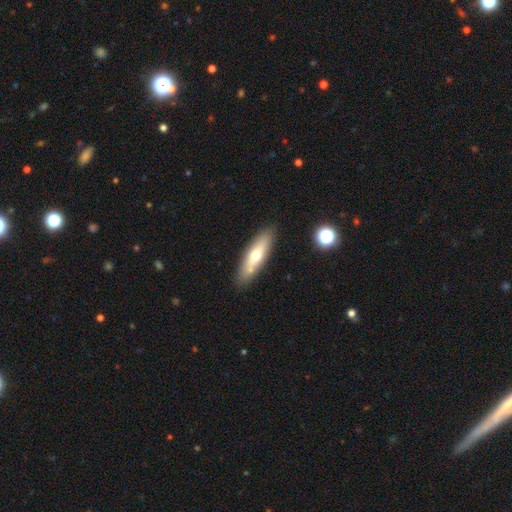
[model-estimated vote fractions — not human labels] smooth_or_featured: smooth (p=0.53) [alt: featured or disk p=0.41]
how_rounded: cigar-shaped (p=0.57) [alt: in between p=0.41]
merging: none (p=0.81) [alt: minor disturbance p=0.11]